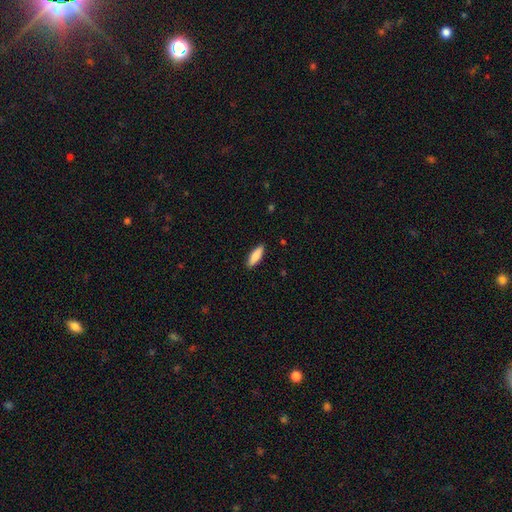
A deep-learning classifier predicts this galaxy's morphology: type=smooth (83%); roundness=in between (50%); merging=none (89%).